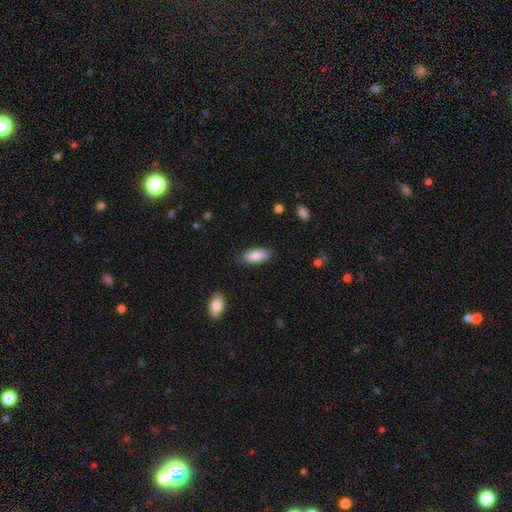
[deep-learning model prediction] This appears to be a smooth galaxy with no disk features (85%) that is in between round and cigar-shaped (78%). Merging: none (79%).